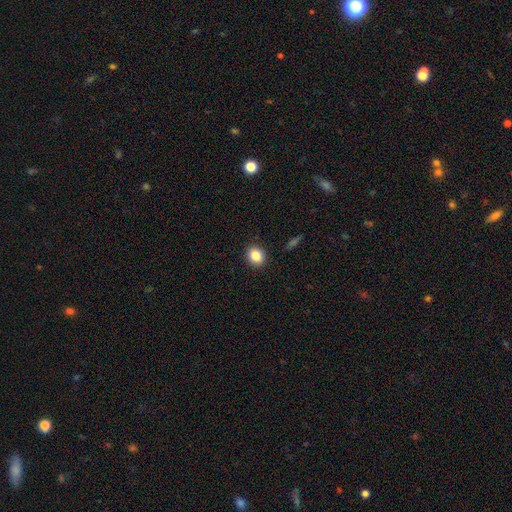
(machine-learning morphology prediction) Smooth or featured?
  - smooth: 86% *
  - star or artifact: 9%
  - featured or disk: 5%
How rounded?
  - round: 59% *
  - in between: 39%
  - cigar-shaped: 1%
Merging?
  - none: 91% *
  - minor disturbance: 6%
  - major disturbance: 2%
  - merger: 1%